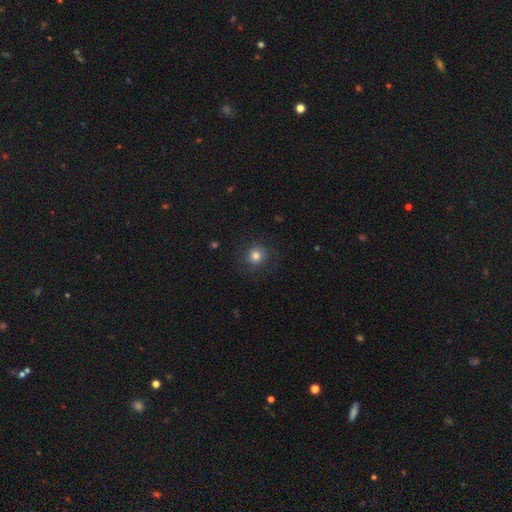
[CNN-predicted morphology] Smooth or featured: smooth — 79% (star or artifact — 12%)
How rounded: round — 88% (in between — 11%)
Merging: none — 81% (minor disturbance — 12%)